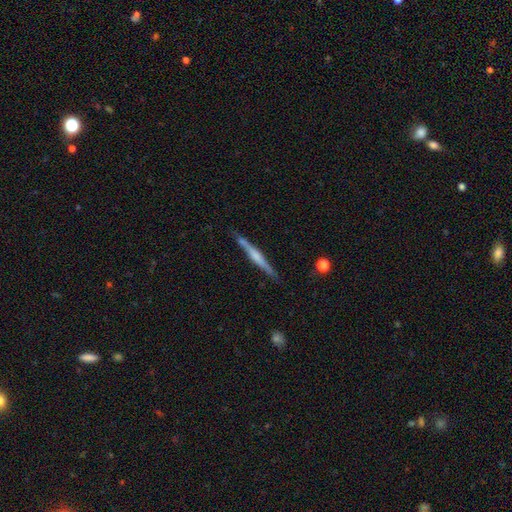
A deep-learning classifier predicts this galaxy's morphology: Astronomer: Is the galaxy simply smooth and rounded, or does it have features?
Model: featured or disk — 65%.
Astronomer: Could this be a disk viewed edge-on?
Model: yes — 98%.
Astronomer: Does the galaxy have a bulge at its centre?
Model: rounded — 40% (runner-up: none, 32%).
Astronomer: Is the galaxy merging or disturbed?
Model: none — 85%.